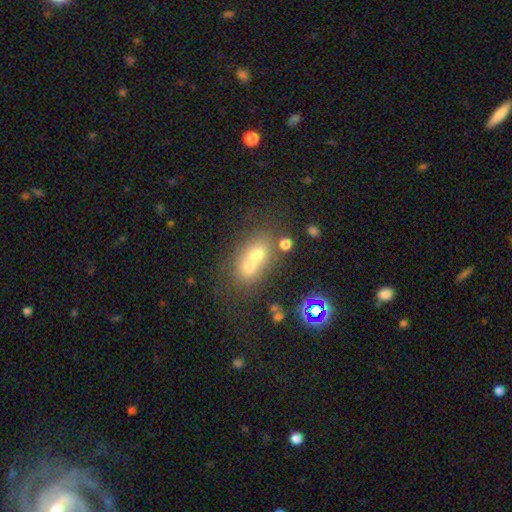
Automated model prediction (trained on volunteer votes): Smooth or featured? Predicted: smooth (p=0.60). How rounded? Predicted: in between (p=0.56). Merging? Predicted: merger (p=0.62).